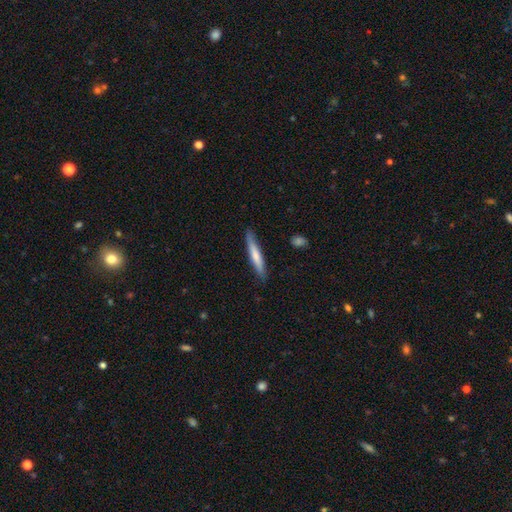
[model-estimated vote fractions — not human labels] The model was most divided on "smooth or featured": smooth: 66%, featured or disk: 28%, star or artifact: 5%. More confident: how rounded — cigar-shaped (93%); merging — none (83%).